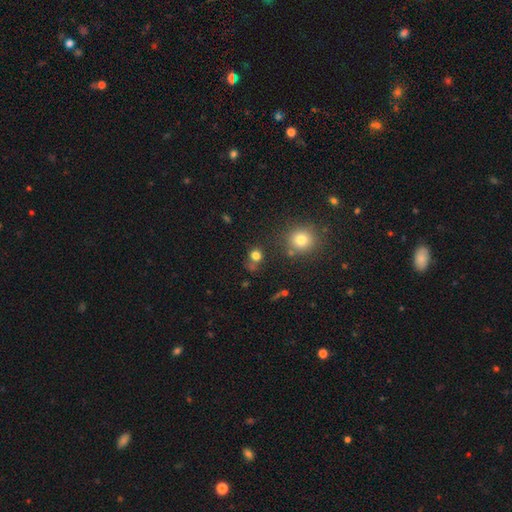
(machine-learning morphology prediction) Smooth or featured?
  - smooth: 75% *
  - star or artifact: 18%
  - featured or disk: 7%
How rounded?
  - round: 81% *
  - in between: 18%
  - cigar-shaped: 1%
Merging?
  - none: 65% *
  - minor disturbance: 14%
  - merger: 13%
  - major disturbance: 8%